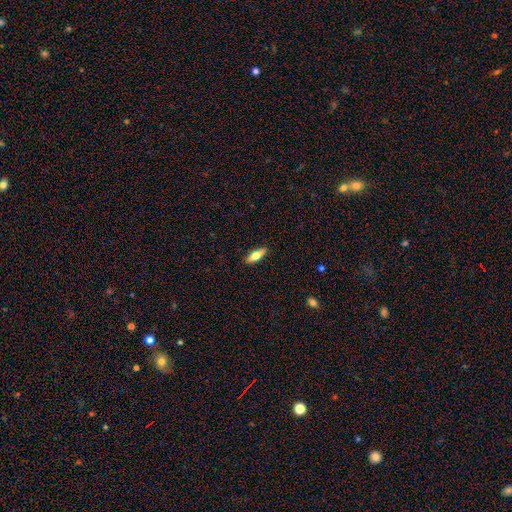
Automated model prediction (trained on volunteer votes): This appears to be a smooth galaxy with no disk features (59%) that is in between round and cigar-shaped (58%). Merging: none (90%).